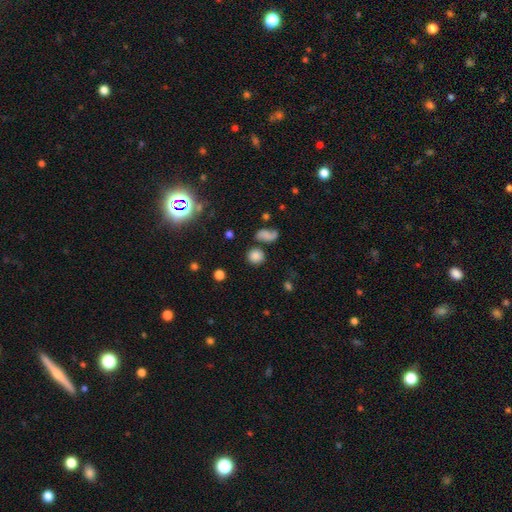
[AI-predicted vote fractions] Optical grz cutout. It shows a smooth galaxy with no disk features (77%) that is round (86%). Merging: none (72%).